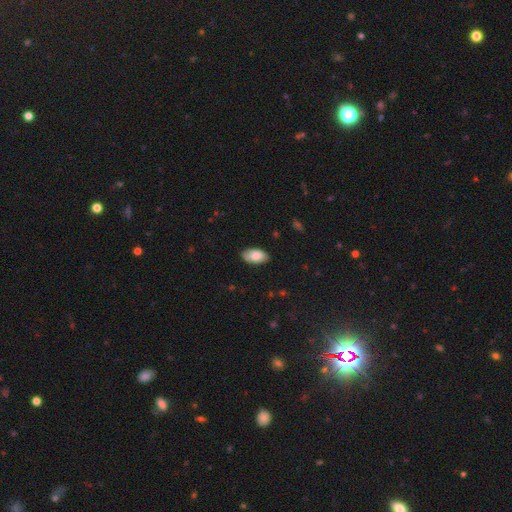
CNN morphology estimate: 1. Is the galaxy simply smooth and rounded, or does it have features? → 79% smooth, 15% featured or disk, 7% star or artifact.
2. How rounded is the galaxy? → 95% in between, 3% round, 2% cigar-shaped.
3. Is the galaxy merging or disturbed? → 80% none, 16% minor disturbance, 3% major disturbance, 1% merger.